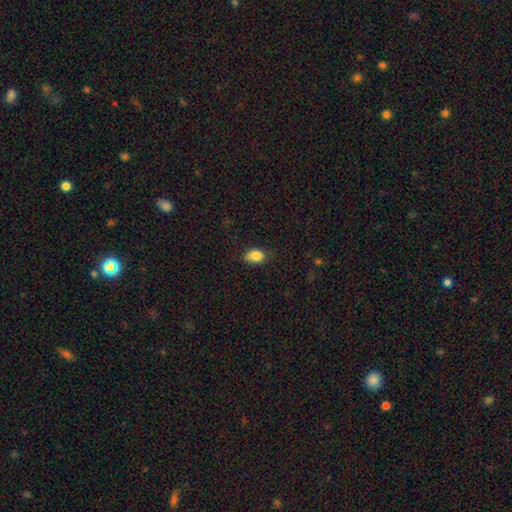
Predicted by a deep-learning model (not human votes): Q: Smooth or featured?
A: smooth (85%); runner-up: star or artifact (8%)
Q: How rounded?
A: in between (82%); runner-up: round (17%)
Q: Merging?
A: none (79%); runner-up: minor disturbance (17%)